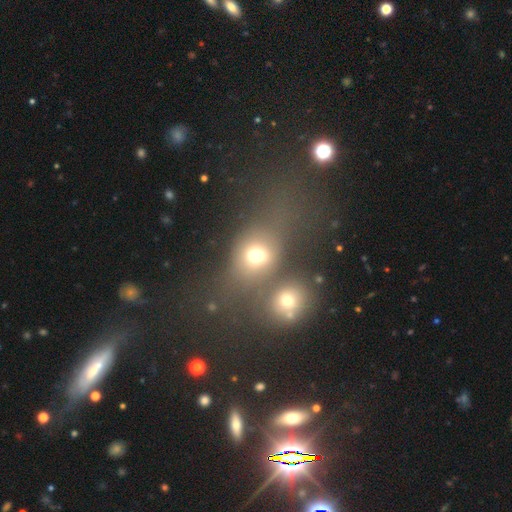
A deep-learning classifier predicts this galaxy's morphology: A smooth galaxy with no disk features (69%) that is round (54%). Merging: merger (43%).